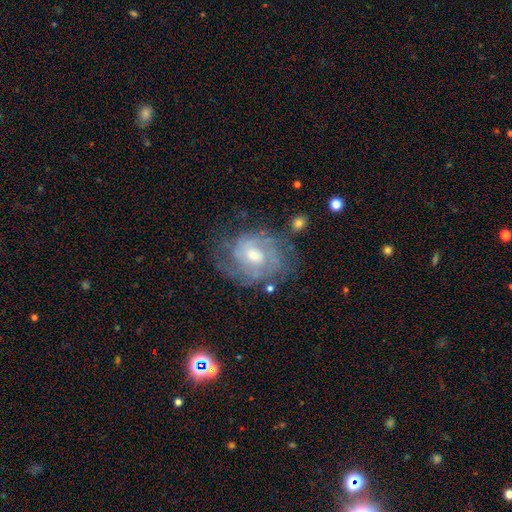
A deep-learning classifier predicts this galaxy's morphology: This appears to be a featured or disk galaxy (80%) with no bar (55%), tight (62%) spiral arms (91%) and a moderate central bulge (64%). Merging: none (69%).